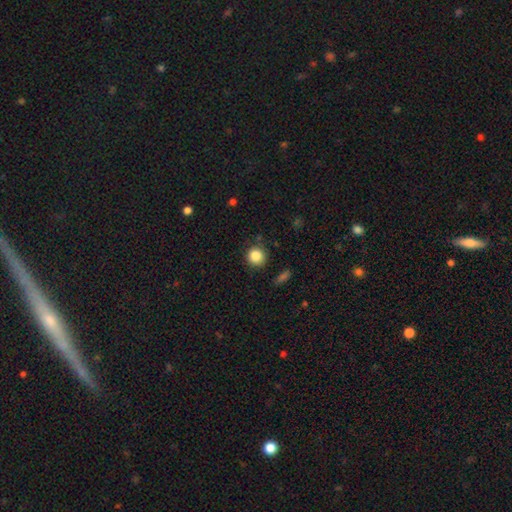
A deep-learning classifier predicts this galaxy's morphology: Smooth or featured: smooth — 85% (star or artifact — 10%)
How rounded: round — 92% (in between — 7%)
Merging: none — 85% (minor disturbance — 10%)